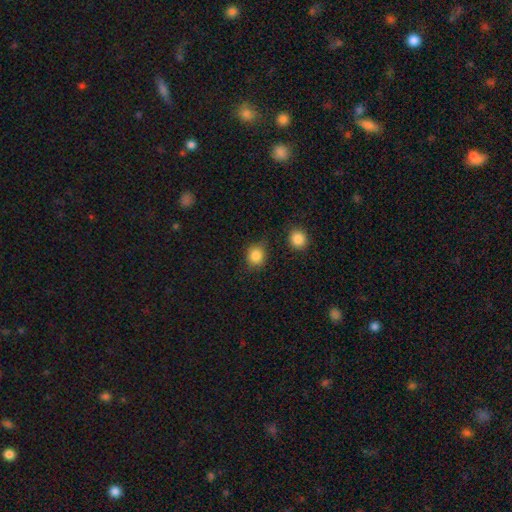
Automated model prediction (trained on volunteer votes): This is clearly a smooth galaxy (86%). How rounded: likely round (74%). Merging: likely none (76%).